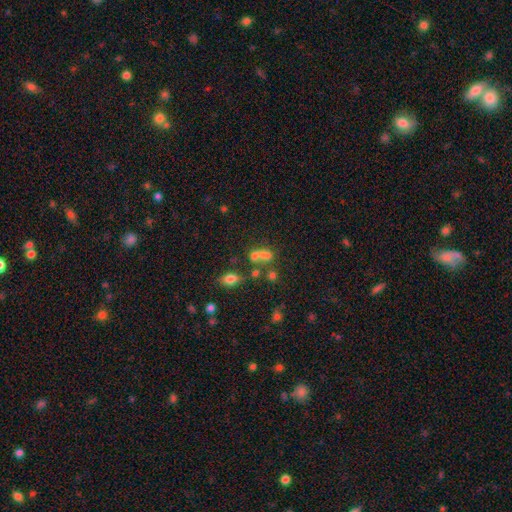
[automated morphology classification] Q: Smooth or featured?
A: smooth (59%); runner-up: star or artifact (22%)
Q: How rounded?
A: in between (56%); runner-up: round (39%)
Q: Merging?
A: merger (47%); runner-up: none (31%)